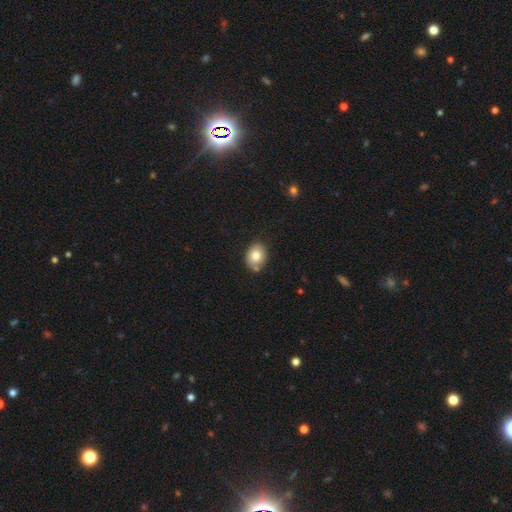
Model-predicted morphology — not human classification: type=smooth (80%); roundness=in between (51%); merging=none (75%).